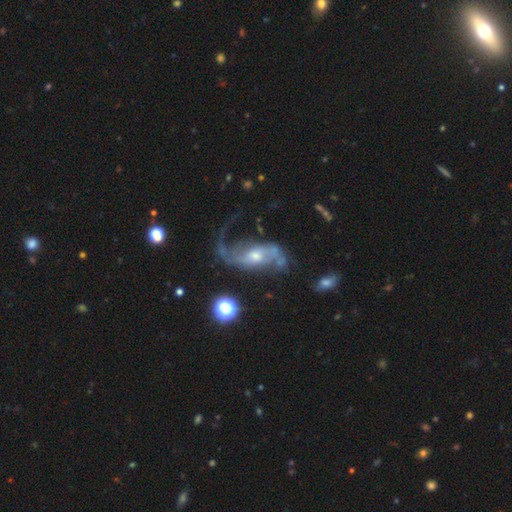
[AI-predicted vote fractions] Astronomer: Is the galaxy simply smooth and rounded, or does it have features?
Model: featured or disk — 85%.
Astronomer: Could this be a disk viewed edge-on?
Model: no — 94%.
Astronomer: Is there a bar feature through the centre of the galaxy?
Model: no — 47% (runner-up: weak, 38%).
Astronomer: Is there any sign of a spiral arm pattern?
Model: yes — 93%.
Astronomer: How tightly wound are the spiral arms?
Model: loose — 73%.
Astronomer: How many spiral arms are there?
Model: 2 — 80%.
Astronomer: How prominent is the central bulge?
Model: moderate — 51% (runner-up: small, 41%).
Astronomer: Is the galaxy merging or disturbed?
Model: none — 47% (runner-up: major disturbance, 27%).